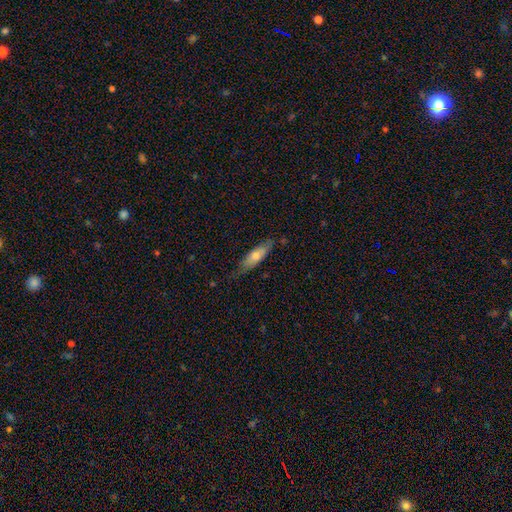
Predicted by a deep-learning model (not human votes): Smooth or featured?
  - smooth: 62% *
  - featured or disk: 32%
  - star or artifact: 6%
How rounded?
  - cigar-shaped: 56% *
  - in between: 42%
  - round: 2%
Merging?
  - none: 71% *
  - minor disturbance: 23%
  - major disturbance: 5%
  - merger: 2%